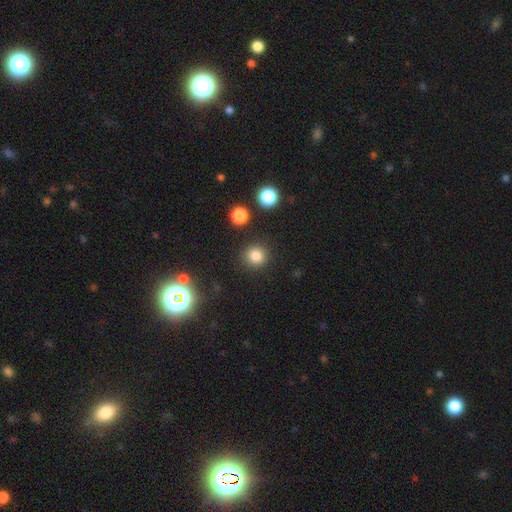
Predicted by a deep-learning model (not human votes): Overall: smooth (82%). How rounded: round (92%). Merging: none (88%).